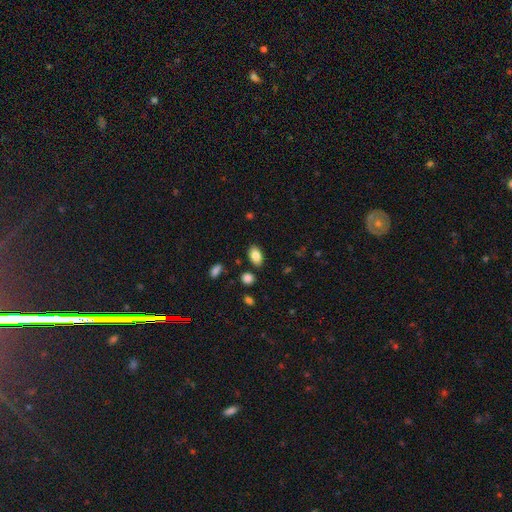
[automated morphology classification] This is clearly a smooth galaxy (84%). How rounded: clearly in between (91%). Merging: clearly none (84%).